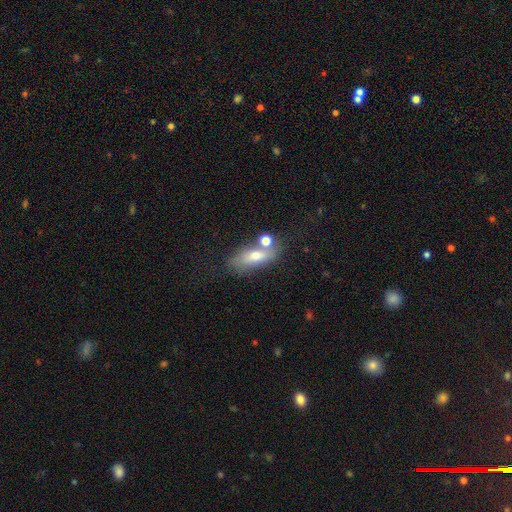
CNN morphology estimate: Smooth or featured? Predicted: smooth (p=0.60). How rounded? Predicted: in between (p=0.72). Merging? Predicted: none (p=0.52).